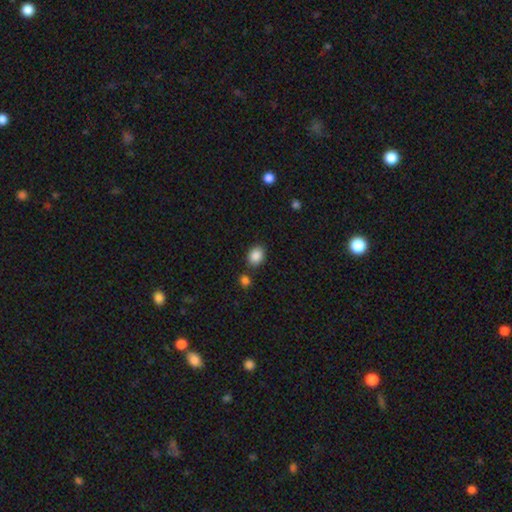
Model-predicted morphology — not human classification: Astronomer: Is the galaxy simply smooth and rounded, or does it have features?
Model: smooth — 87%.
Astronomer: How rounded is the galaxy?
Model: in between — 65%.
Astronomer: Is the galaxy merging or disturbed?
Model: none — 77%.